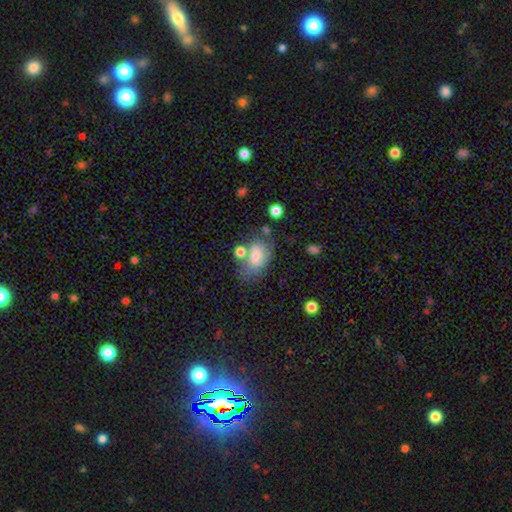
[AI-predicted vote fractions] smooth_or_featured: smooth (p=0.65) [alt: featured or disk p=0.26]
how_rounded: in between (p=0.86) [alt: round p=0.12]
merging: none (p=0.45) [alt: minor disturbance p=0.24]